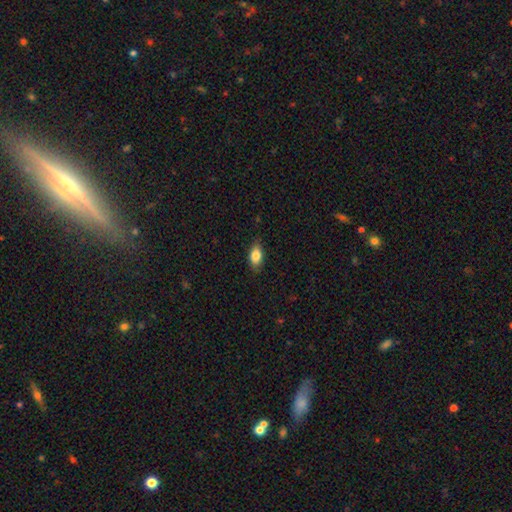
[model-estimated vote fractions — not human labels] smooth_or_featured: smooth (p=0.82) [alt: featured or disk p=0.11]
how_rounded: in between (p=0.86) [alt: round p=0.07]
merging: none (p=0.79) [alt: minor disturbance p=0.17]